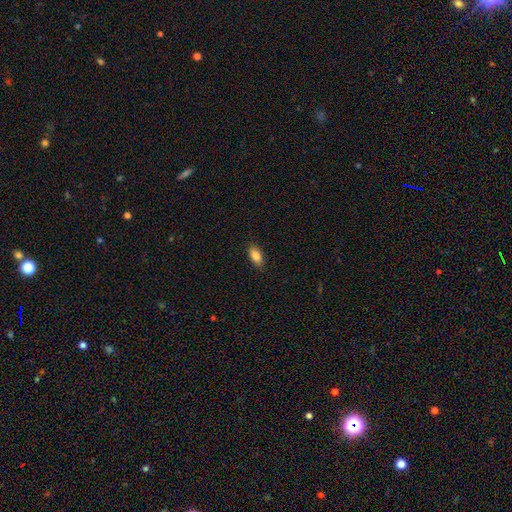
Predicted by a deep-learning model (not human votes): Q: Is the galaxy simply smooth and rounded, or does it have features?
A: smooth — 85%.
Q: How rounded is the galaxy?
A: in between — 87%.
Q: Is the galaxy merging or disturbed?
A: none — 86%.